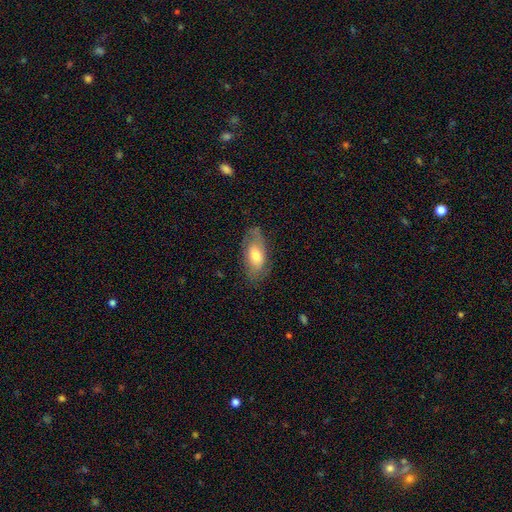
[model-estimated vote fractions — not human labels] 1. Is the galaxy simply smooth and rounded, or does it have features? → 58% smooth, 35% featured or disk, 6% star or artifact.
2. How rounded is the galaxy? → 88% in between, 8% cigar-shaped, 4% round.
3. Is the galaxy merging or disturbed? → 70% none, 21% minor disturbance, 8% major disturbance, 1% merger.